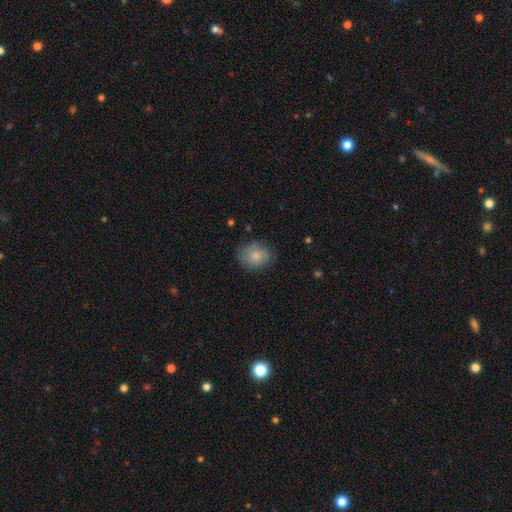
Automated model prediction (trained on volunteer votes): smooth 79%, featured or disk 14%, star or artifact 8%. Down the decision tree: how rounded — round (61%); merging — none (72%).